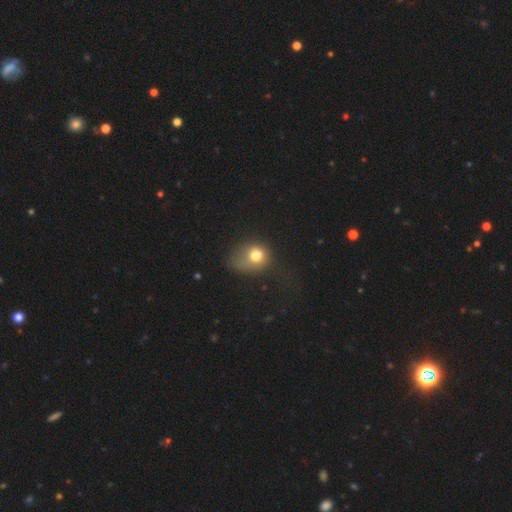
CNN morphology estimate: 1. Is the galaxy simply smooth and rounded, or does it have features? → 72% smooth, 16% featured or disk, 12% star or artifact.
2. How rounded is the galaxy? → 50% round, 48% in between, 1% cigar-shaped.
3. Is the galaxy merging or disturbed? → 40% major disturbance, 29% minor disturbance, 27% none, 5% merger.